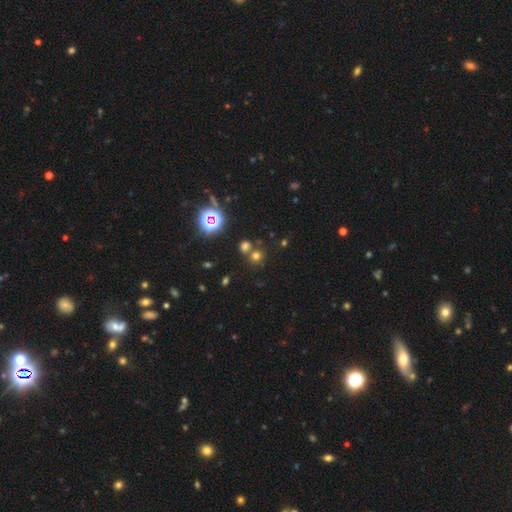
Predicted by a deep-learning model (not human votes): smooth_or_featured: smooth (p=0.60) [alt: star or artifact p=0.32]
how_rounded: round (p=0.87) [alt: in between p=0.12]
merging: none (p=0.64) [alt: merger p=0.26]